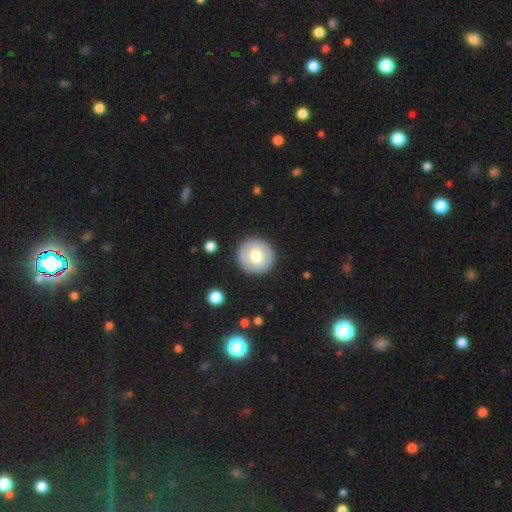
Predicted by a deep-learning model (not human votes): A smooth galaxy with no disk features (60%) that is round (92%).

Vote fractions:
- Smooth or featured? smooth: 60% / featured or disk: 34% / star or artifact: 6%
- How rounded? round: 92% / in between: 7% / cigar-shaped: 1%
- Merging? none: 88% / minor disturbance: 8% / major disturbance: 3% / merger: 1%